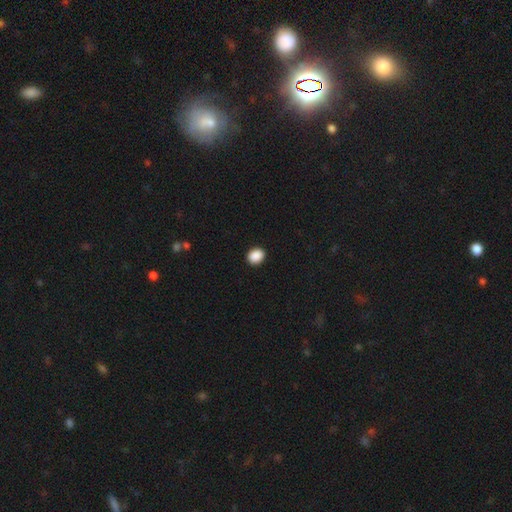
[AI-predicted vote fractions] Morphology: type=smooth (90%); roundness=round (54%); merging=none (92%).